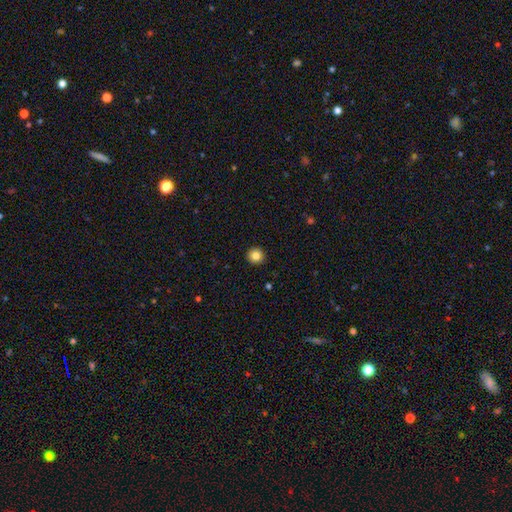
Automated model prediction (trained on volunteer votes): A smooth galaxy with no disk features (84%) that is round (95%). Merging: none (93%).